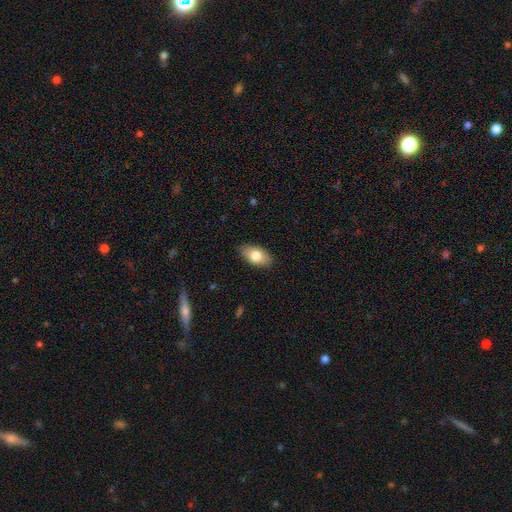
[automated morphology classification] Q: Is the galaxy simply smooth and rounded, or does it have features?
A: smooth — 79%.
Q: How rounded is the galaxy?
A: in between — 93%.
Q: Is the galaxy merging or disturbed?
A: none — 87%.